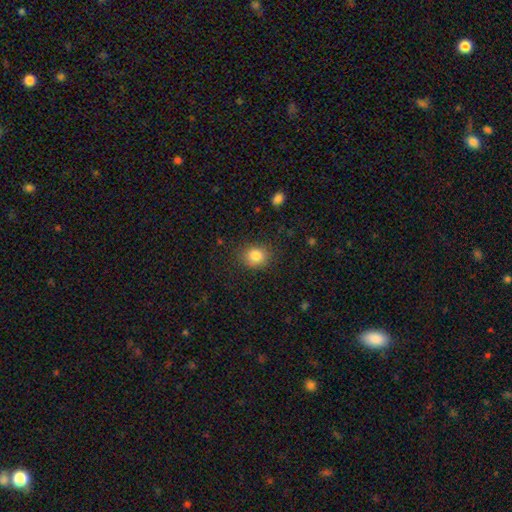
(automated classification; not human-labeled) Smooth or featured: smooth — 84% (star or artifact — 10%)
How rounded: round — 62% (in between — 37%)
Merging: none — 83% (minor disturbance — 12%)